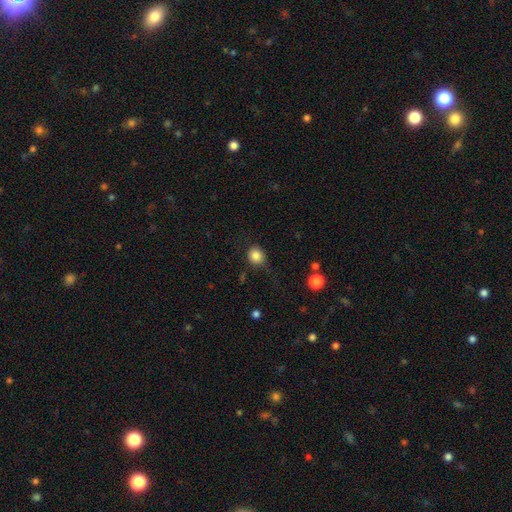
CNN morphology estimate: Smooth or featured? smooth (84%)
How rounded? round (81%)
Merging? none (77%)